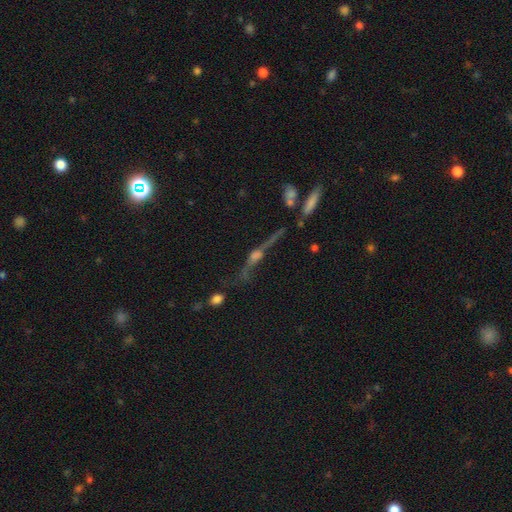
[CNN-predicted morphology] smooth-or-featured: featured or disk: 68% | star or artifact: 18% | smooth: 15%
  disk-edge-on: yes: 82% | no: 18%
    edge-on-bulge: rounded: 81% | boxy: 12% | none: 7%
  merging: none: 56% | major disturbance: 17% | minor disturbance: 16% | merger: 11%